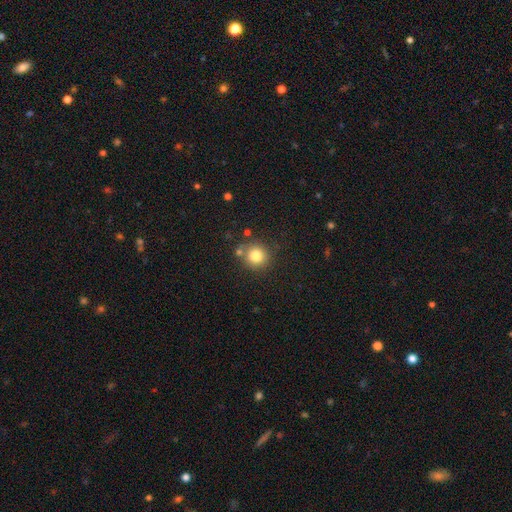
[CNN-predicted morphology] A smooth galaxy with no disk features (79%) that is round (92%).

Vote fractions:
- Smooth or featured? smooth: 79% / star or artifact: 12% / featured or disk: 8%
- How rounded? round: 92% / in between: 7% / cigar-shaped: 1%
- Merging? none: 78% / minor disturbance: 10% / merger: 9% / major disturbance: 3%